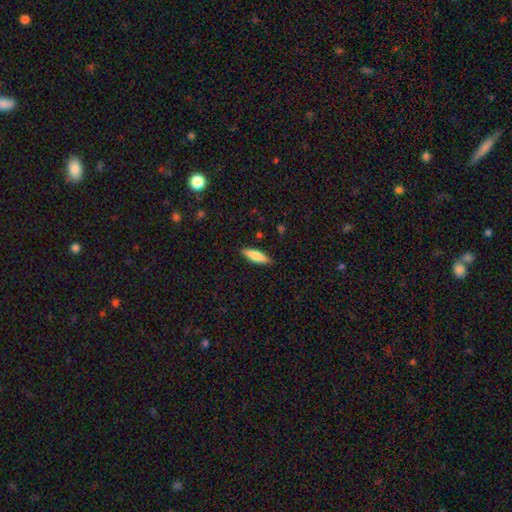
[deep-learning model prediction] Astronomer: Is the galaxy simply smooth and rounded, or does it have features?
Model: smooth — 76%.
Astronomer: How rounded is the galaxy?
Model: cigar-shaped — 55% (runner-up: in between, 44%).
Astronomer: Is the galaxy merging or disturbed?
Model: none — 87%.